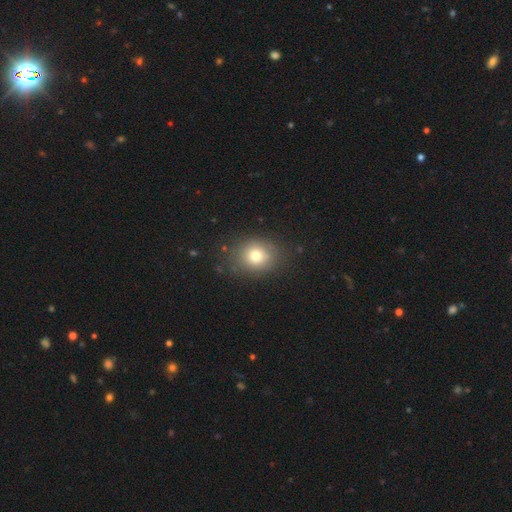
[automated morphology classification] Smooth or featured: smooth — 77% (star or artifact — 12%)
How rounded: round — 63% (in between — 36%)
Merging: none — 82% (minor disturbance — 12%)